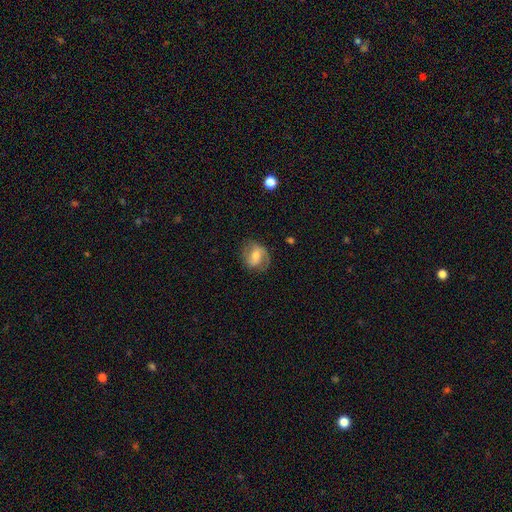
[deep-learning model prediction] This appears to be a featured or disk galaxy (53%) with a weak bar (44%), spiral arms (80%) and a moderate central bulge (53%). Merging: none (68%).